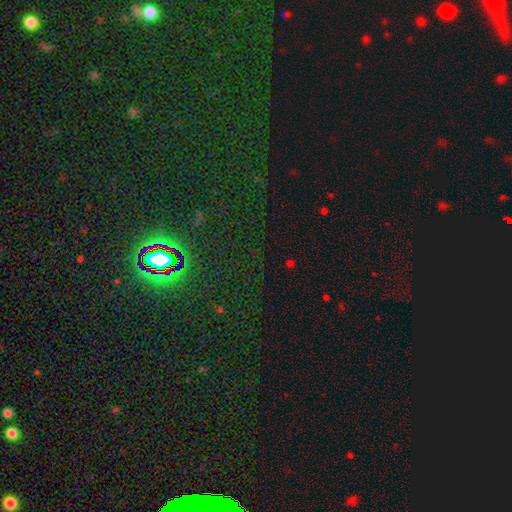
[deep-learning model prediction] A star or artifact, not a galaxy (81%).